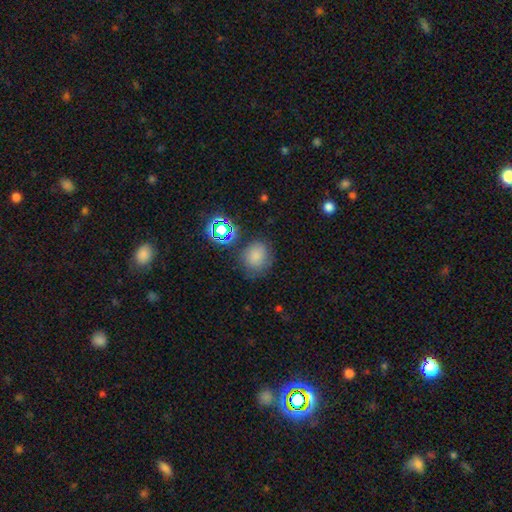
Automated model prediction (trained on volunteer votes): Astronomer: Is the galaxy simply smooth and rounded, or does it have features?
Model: smooth — 72%.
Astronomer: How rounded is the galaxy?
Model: round — 74%.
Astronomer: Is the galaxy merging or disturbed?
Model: none — 69%.